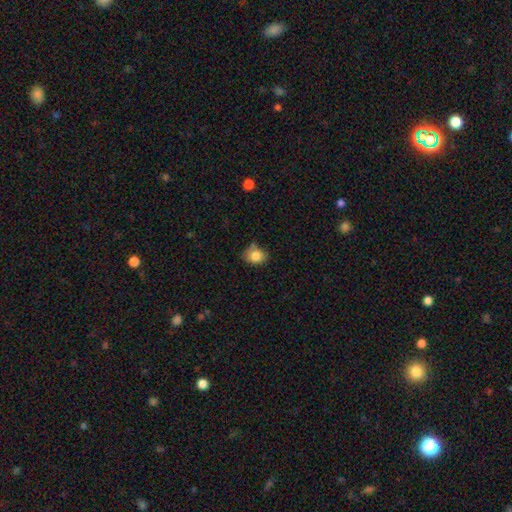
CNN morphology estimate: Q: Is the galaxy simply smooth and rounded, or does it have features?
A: smooth — 82%.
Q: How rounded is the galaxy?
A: in between — 53%.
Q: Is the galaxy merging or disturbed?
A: none — 60%.